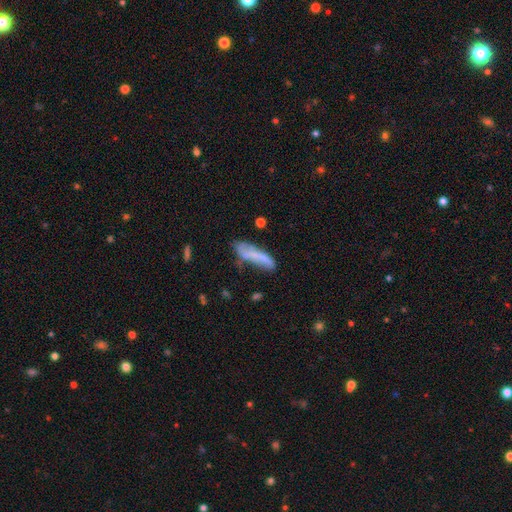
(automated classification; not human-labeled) This appears to be a smooth galaxy with no disk features (52%) that is cigar-shaped (65%). Merging: none (40%).